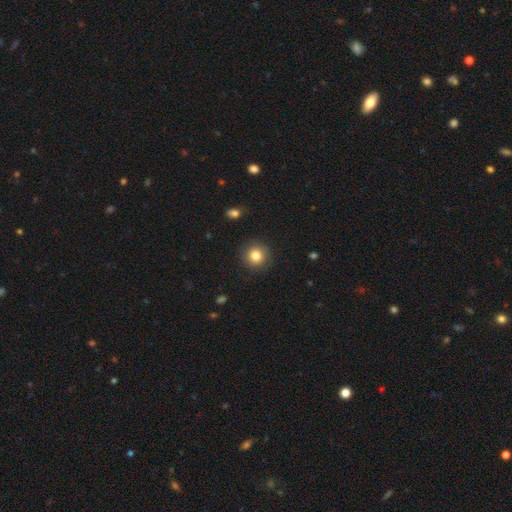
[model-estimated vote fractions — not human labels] smooth 82%, star or artifact 11%, featured or disk 8%. Down the decision tree: how rounded — round (93%); merging — none (89%).